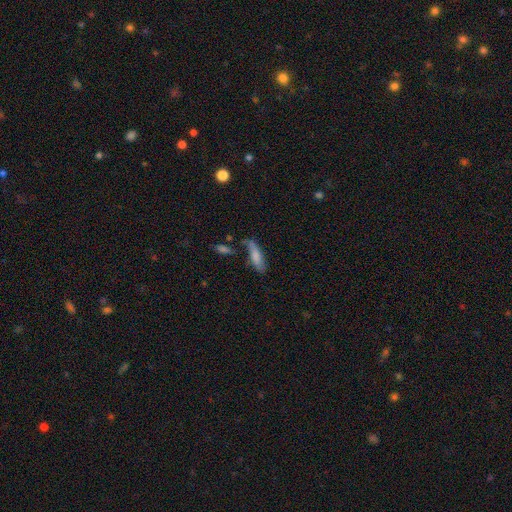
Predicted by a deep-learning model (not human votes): smooth 71%, featured or disk 22%, star or artifact 7%. Down the decision tree: how rounded — cigar-shaped (51%); merging — none (49%).